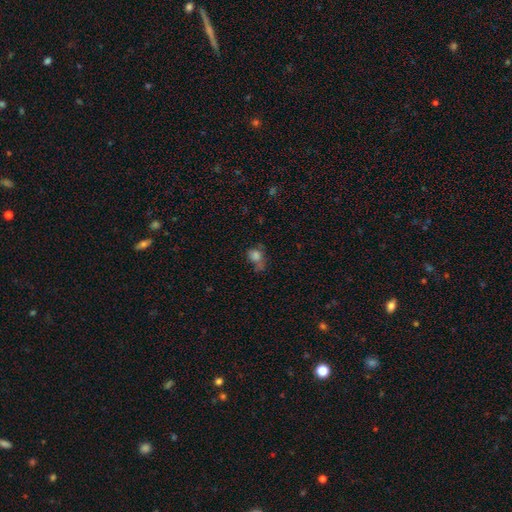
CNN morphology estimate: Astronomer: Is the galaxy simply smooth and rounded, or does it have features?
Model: smooth — 74%.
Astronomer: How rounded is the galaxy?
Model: in between — 49%, tied with round at 49%.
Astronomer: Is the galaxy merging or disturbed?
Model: none — 35% (runner-up: minor disturbance, 27%).